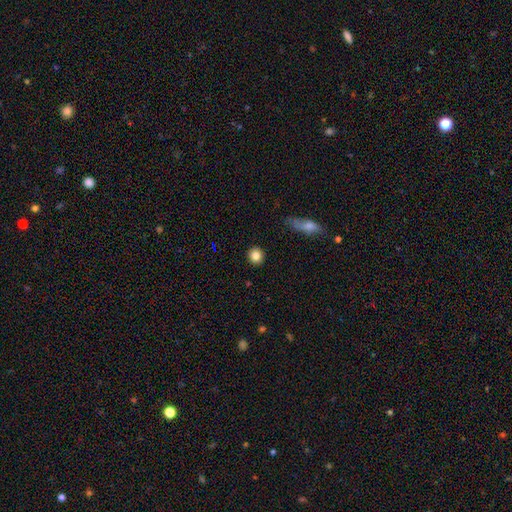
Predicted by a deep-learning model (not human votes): Morphology: type=smooth (84%); roundness=round (89%); merging=none (91%).